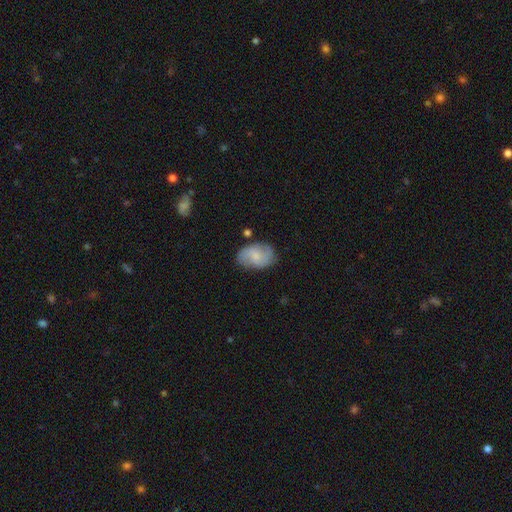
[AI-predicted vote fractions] This appears to be a smooth galaxy with no disk features (51%) that is in between round and cigar-shaped (83%). Merging: none (68%).